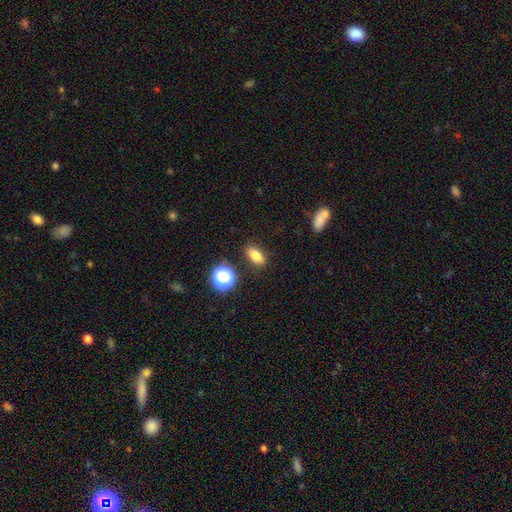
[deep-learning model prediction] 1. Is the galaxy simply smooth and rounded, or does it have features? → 79% smooth, 13% star or artifact, 8% featured or disk.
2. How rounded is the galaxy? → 78% in between, 13% round, 9% cigar-shaped.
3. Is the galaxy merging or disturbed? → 86% none, 9% minor disturbance, 3% major disturbance, 2% merger.